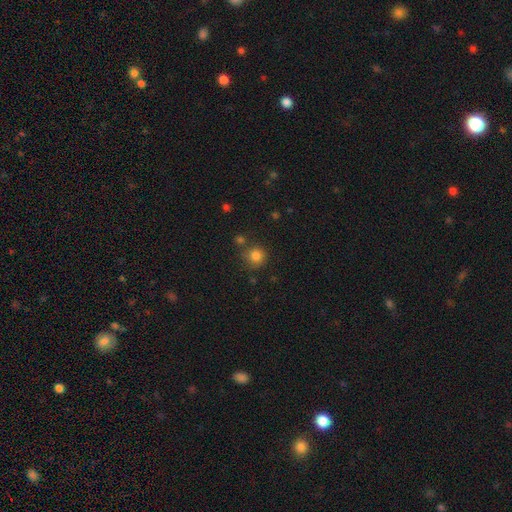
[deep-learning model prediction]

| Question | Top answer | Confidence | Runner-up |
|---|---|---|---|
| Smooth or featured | smooth | 83% | star or artifact (12%) |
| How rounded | round | 91% | in between (8%) |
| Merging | none | 72% | minor disturbance (13%) |